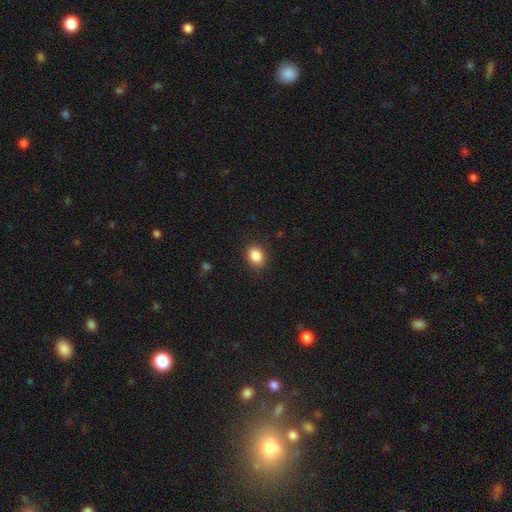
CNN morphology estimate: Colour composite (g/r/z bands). It shows a smooth galaxy with no disk features (87%) that is in between round and cigar-shaped (57%). Merging: none (88%).